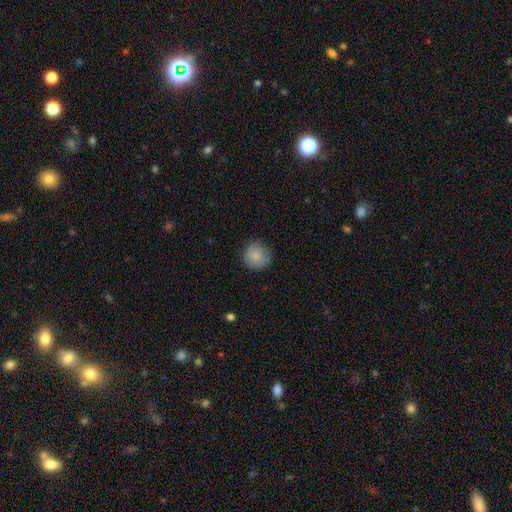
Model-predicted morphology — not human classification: Smooth or featured? smooth (84%)
How rounded? round (93%)
Merging? none (82%)